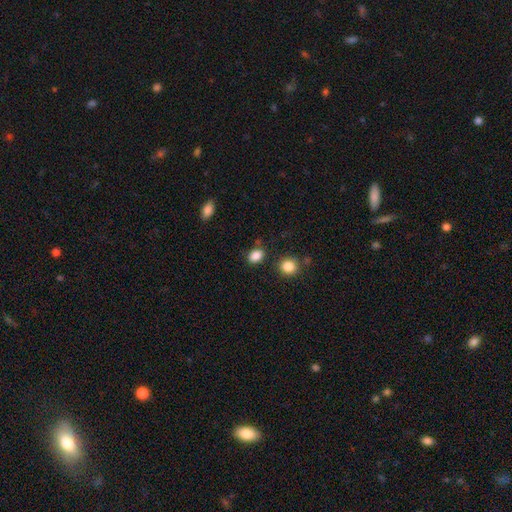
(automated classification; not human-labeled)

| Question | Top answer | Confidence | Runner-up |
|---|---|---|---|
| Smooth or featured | smooth | 86% | star or artifact (10%) |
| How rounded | in between | 71% | round (28%) |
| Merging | none | 80% | minor disturbance (12%) |